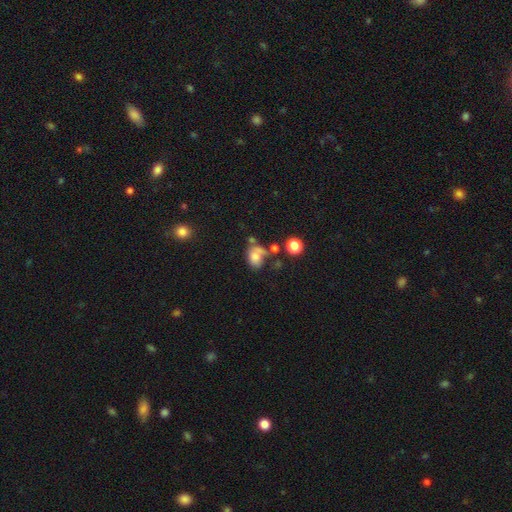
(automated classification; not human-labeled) Overall: smooth (68%). How rounded: in between (67%; round 32%). Merging: none (32%; merger 29%).